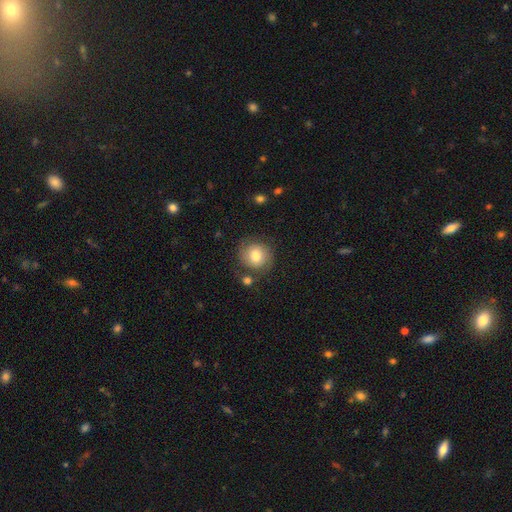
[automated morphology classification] smooth-or-featured: smooth: 70% | featured or disk: 21% | star or artifact: 8%
  how-rounded: round: 89% | in between: 10% | cigar-shaped: 1%
  merging: none: 74% | minor disturbance: 15% | major disturbance: 6% | merger: 5%